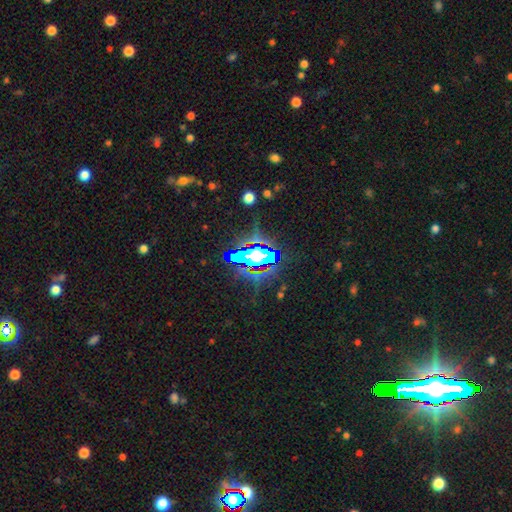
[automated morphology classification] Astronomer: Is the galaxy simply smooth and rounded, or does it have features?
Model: star or artifact — 59%.